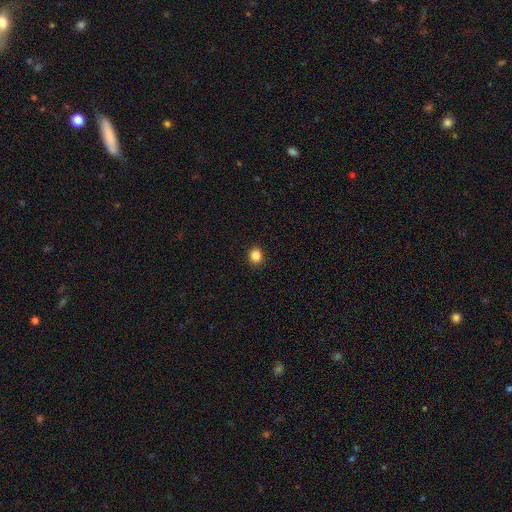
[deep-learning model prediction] This appears to be a smooth galaxy with no disk features (86%) that is round (81%). Merging: none (92%).